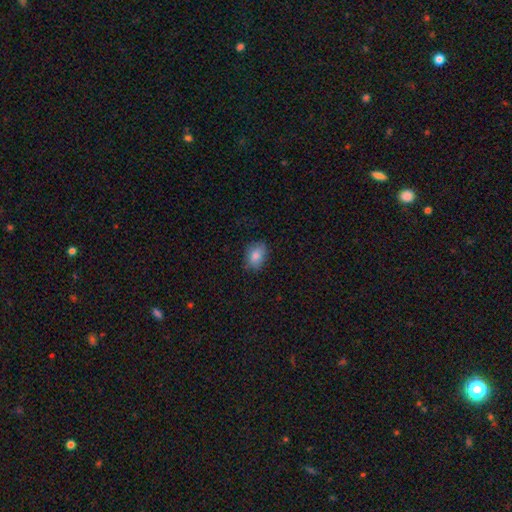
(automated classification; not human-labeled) Smooth or featured? smooth (84%)
How rounded? in between (73%)
Merging? none (78%)